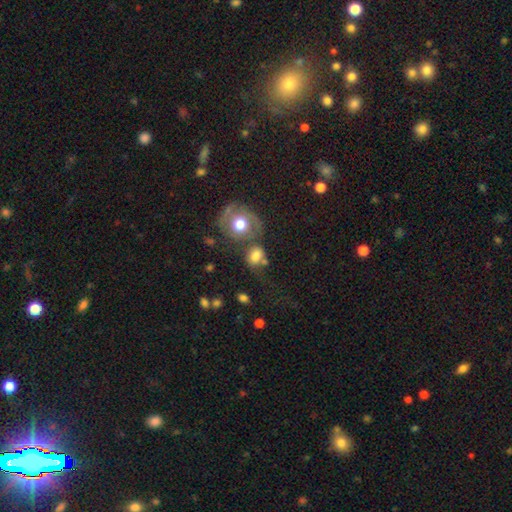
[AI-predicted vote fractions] Smooth or featured? Predicted: smooth (p=0.66). How rounded? Predicted: in between (p=0.51). Merging? Predicted: none (p=0.35).